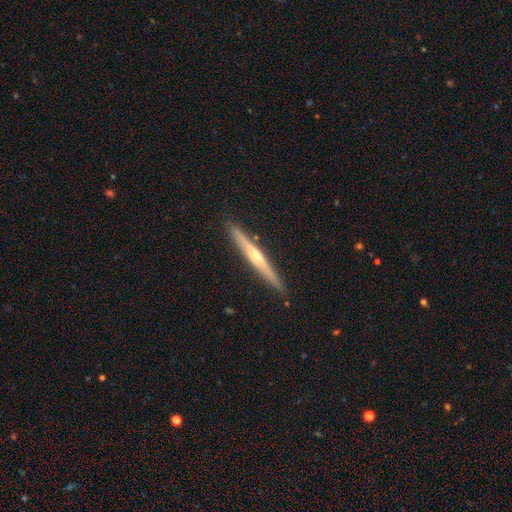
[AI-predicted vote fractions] This appears to be a featured or disk galaxy (76%) viewed edge-on (98%) with a rounded central bulge (86%). Merging: none (92%).